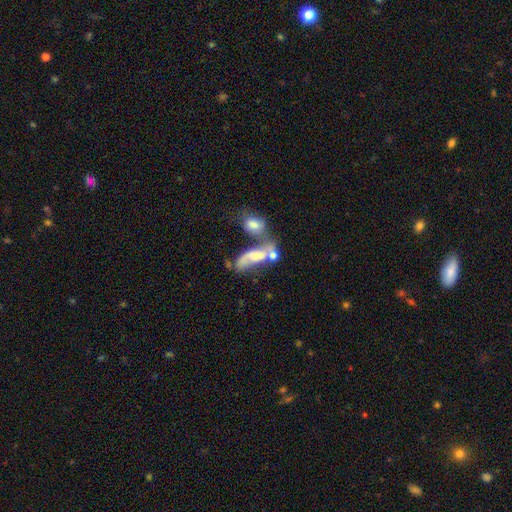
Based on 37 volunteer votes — This is possibly a featured or disk galaxy (54%). It is clearly not viewed edge-on (95%). Bar: likely no (63%). Spiral arm pattern: likely yes (63%). Spiral arm count: marginally 1 (42%, tied with 2). Spiral winding: possibly loose (50%). Central bulge: marginally moderate (32%). Merging: likely merger (60%).